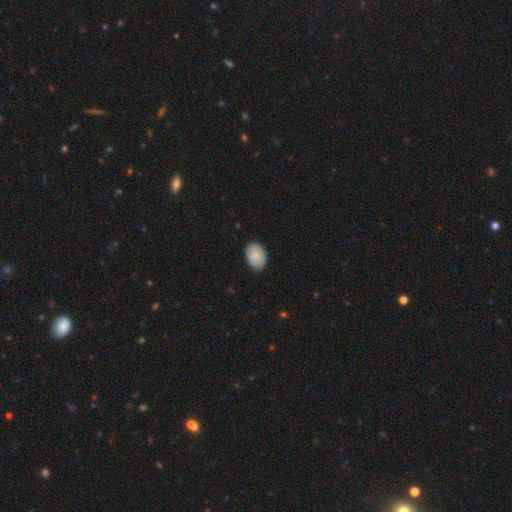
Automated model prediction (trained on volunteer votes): smooth-or-featured: smooth: 82% | featured or disk: 12% | star or artifact: 6%
  how-rounded: in between: 84% | round: 15% | cigar-shaped: 1%
  merging: none: 84% | minor disturbance: 13% | major disturbance: 2% | merger: 1%